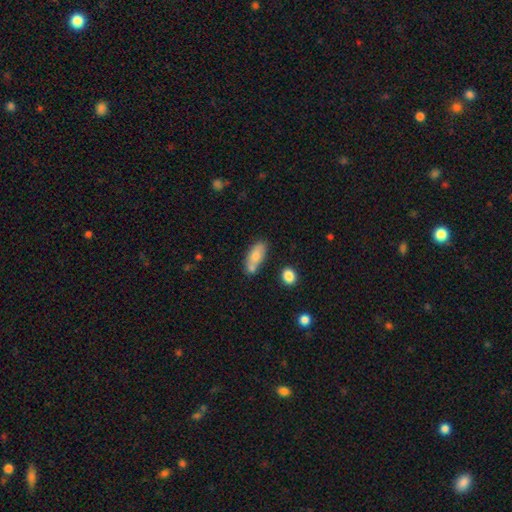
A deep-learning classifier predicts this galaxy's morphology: A smooth galaxy with no disk features (74%) that is in between round and cigar-shaped (79%). Merging: none (53%).